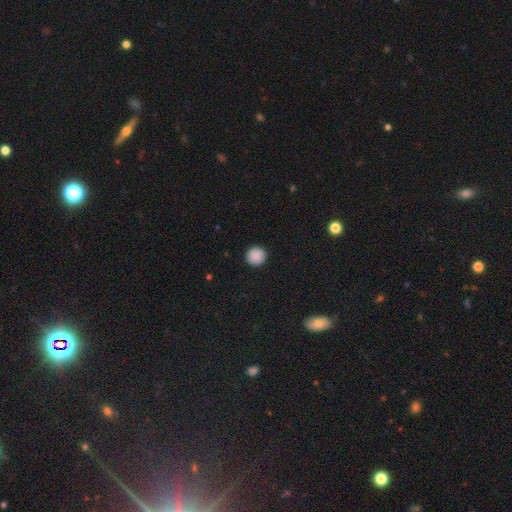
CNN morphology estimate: The model was most divided on "smooth or featured": smooth: 89%, star or artifact: 8%, featured or disk: 3%. More confident: how rounded — round (95%); merging — none (93%).